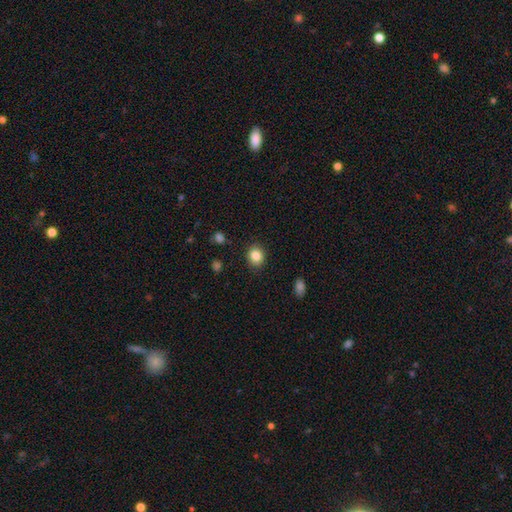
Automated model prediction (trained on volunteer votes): Morphology: type=smooth (86%); roundness=round (71%); merging=none (87%).